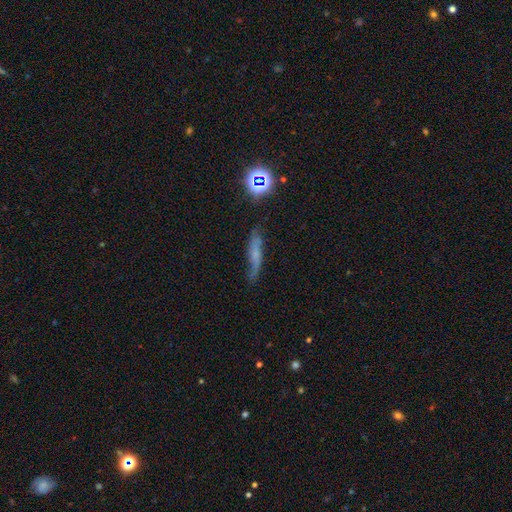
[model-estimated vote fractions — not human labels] A featured or disk galaxy (48%). Merging: none (65%).